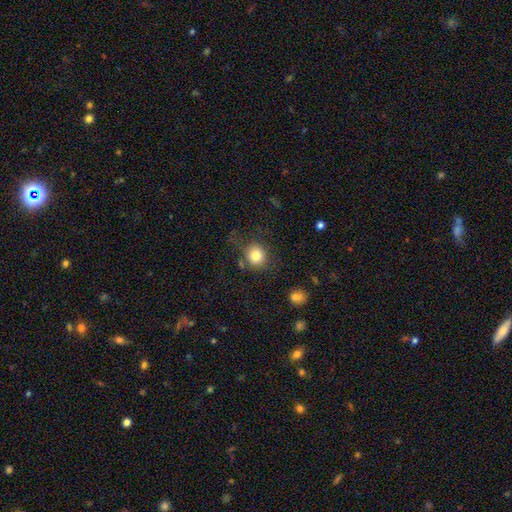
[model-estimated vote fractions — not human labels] smooth 82%, star or artifact 10%, featured or disk 8%. Down the decision tree: how rounded — round (85%); merging — none (73%).